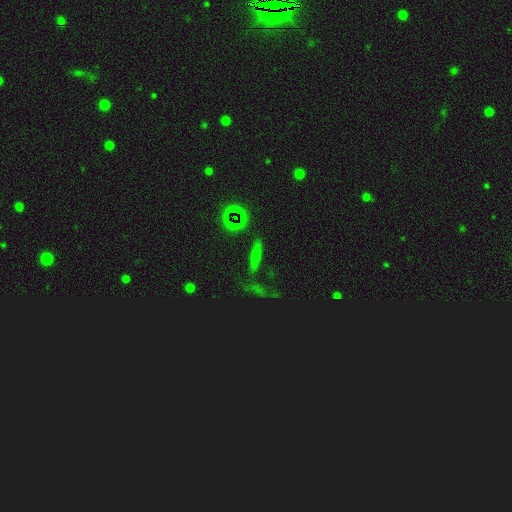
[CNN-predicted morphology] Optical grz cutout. It shows a smooth galaxy with no disk features (54%) that is cigar-shaped (78%). Merging: none (78%).